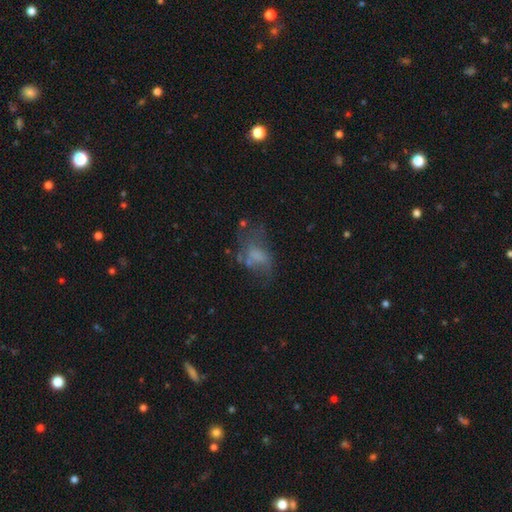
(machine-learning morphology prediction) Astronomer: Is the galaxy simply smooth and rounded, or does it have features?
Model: smooth — 46% (runner-up: featured or disk, 40%).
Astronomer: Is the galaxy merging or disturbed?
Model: major disturbance — 36% (runner-up: none, 33%).